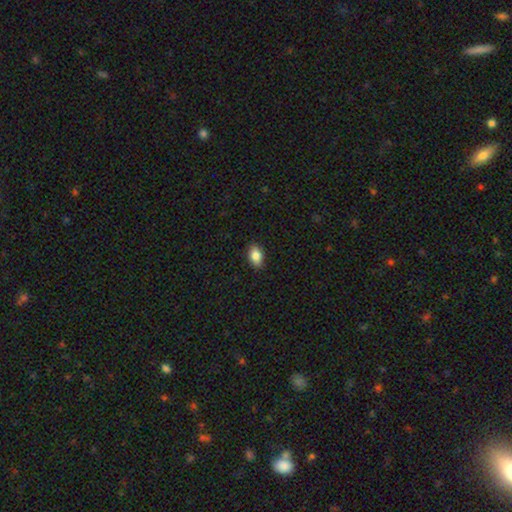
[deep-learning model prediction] Smooth or featured: smooth — 85% (star or artifact — 8%)
How rounded: in between — 86% (round — 12%)
Merging: none — 89% (minor disturbance — 8%)